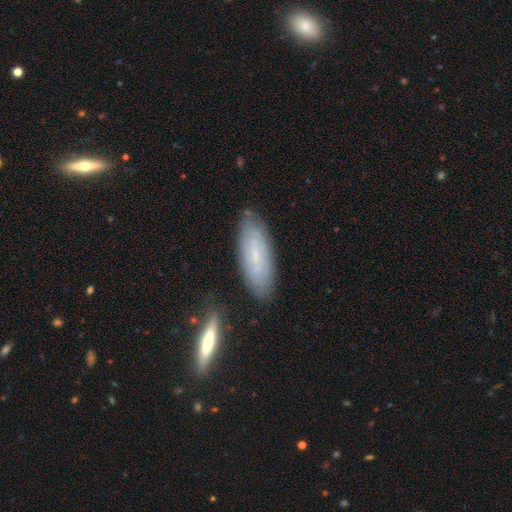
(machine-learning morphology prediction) Q: Smooth or featured?
A: smooth (51%); runner-up: featured or disk (41%)
Q: How rounded?
A: in between (64%); runner-up: cigar-shaped (34%)
Q: Merging?
A: none (81%); runner-up: minor disturbance (14%)